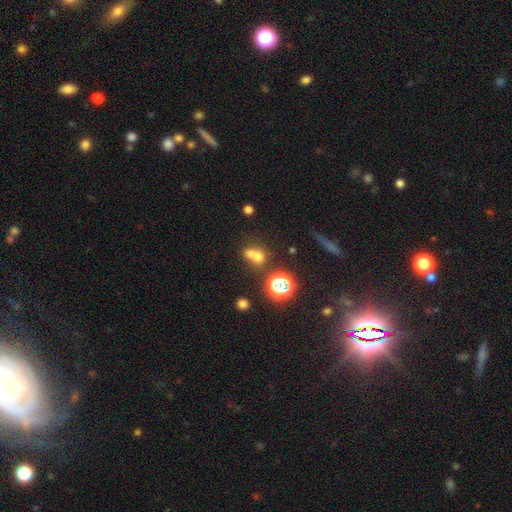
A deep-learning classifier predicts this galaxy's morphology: Smooth or featured? Predicted: smooth (p=0.61). How rounded? Predicted: round (p=0.68). Merging? Predicted: merger (p=0.54).